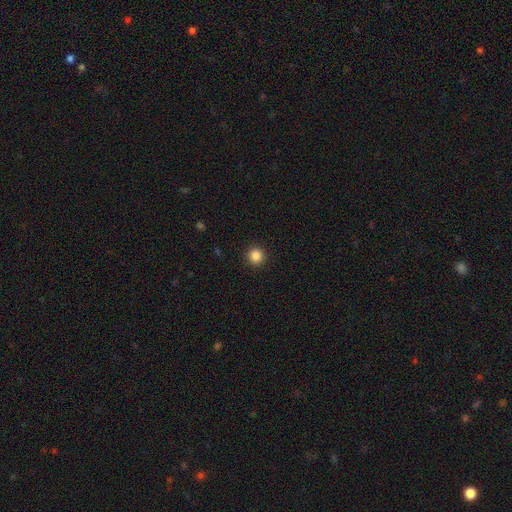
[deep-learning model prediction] Smooth or featured? Predicted: smooth (p=0.85). How rounded? Predicted: round (p=0.95). Merging? Predicted: none (p=0.93).